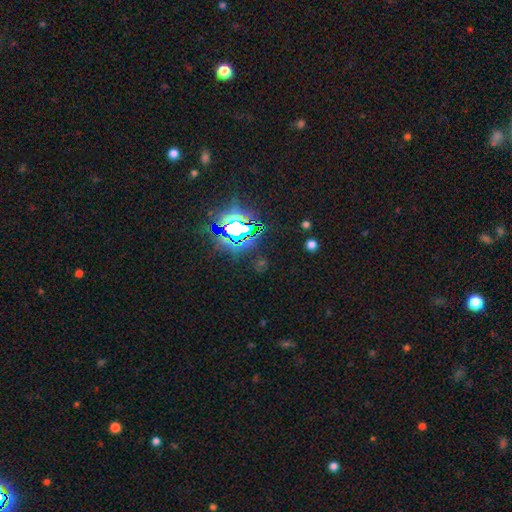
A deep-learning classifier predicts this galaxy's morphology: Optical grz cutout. It shows a star or artifact, not a galaxy (85%).